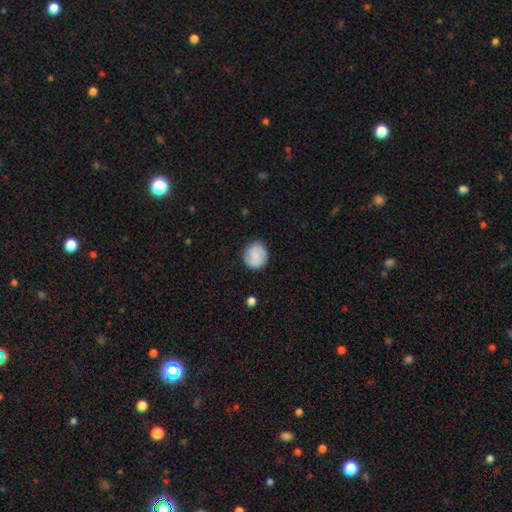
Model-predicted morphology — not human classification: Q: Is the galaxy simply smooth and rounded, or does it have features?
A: smooth — 65%.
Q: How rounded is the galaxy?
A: round — 88%.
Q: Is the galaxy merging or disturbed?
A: none — 84%.